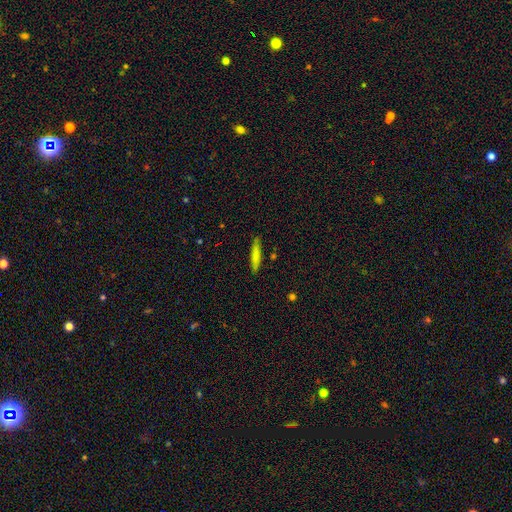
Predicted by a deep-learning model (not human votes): smooth-or-featured: smooth: 75% | featured or disk: 18% | star or artifact: 6%
  how-rounded: cigar-shaped: 91% | in between: 8% | round: 1%
  merging: none: 86% | minor disturbance: 10% | major disturbance: 2% | merger: 2%